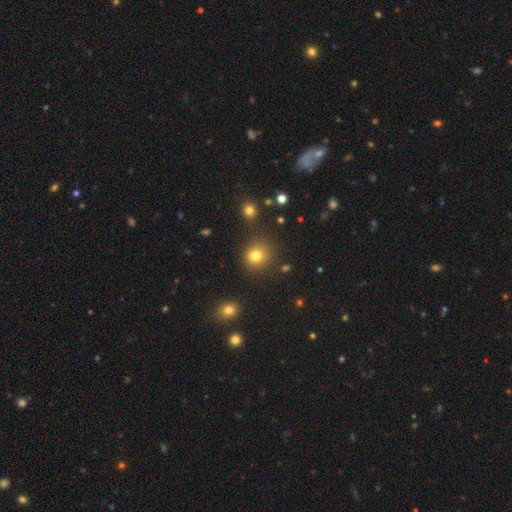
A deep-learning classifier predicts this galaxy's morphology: A smooth galaxy with no disk features (79%) that is round (87%).

Vote fractions:
- Smooth or featured? smooth: 79% / star or artifact: 15% / featured or disk: 6%
- How rounded? round: 87% / in between: 12% / cigar-shaped: 1%
- Merging? none: 84% / minor disturbance: 9% / merger: 4% / major disturbance: 3%